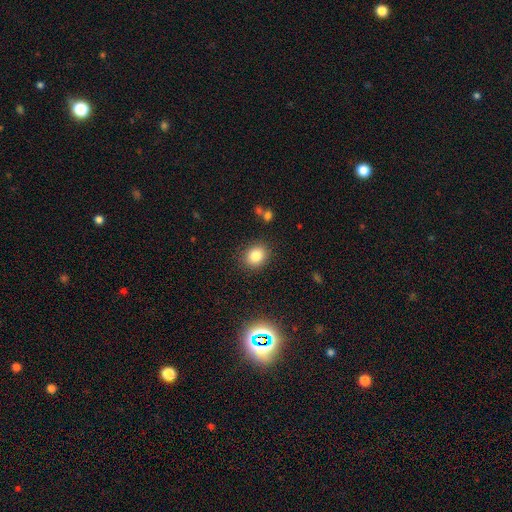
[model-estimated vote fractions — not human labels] This is clearly a smooth galaxy (83%). How rounded: possibly round (60%). Merging: clearly none (87%).